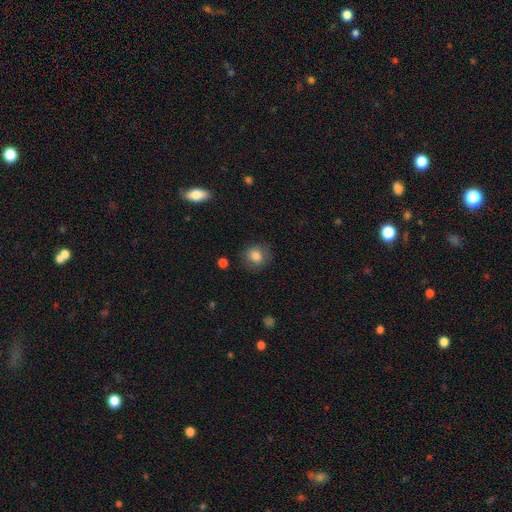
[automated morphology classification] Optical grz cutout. It shows a smooth galaxy with no disk features (82%) that is round (74%). Merging: none (83%).